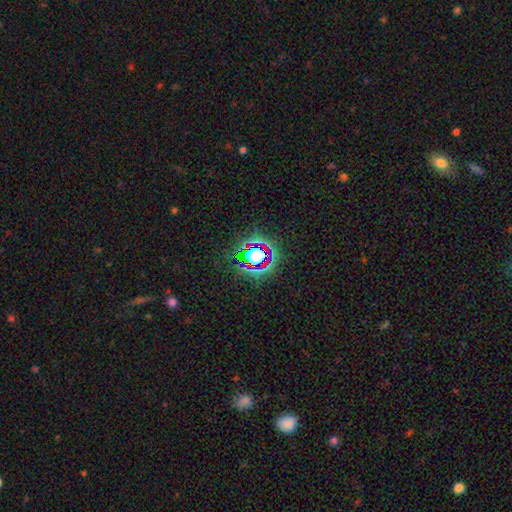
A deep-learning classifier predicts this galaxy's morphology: This appears to be a star or artifact, not a galaxy (66%).